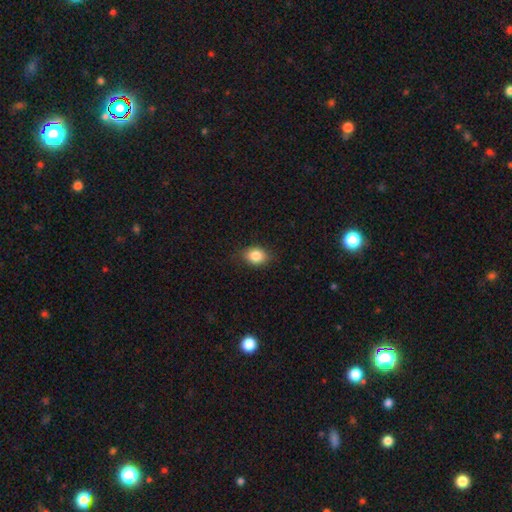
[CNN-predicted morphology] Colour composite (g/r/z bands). It shows a smooth galaxy with no disk features (85%) that is in between round and cigar-shaped (60%). Merging: none (82%).